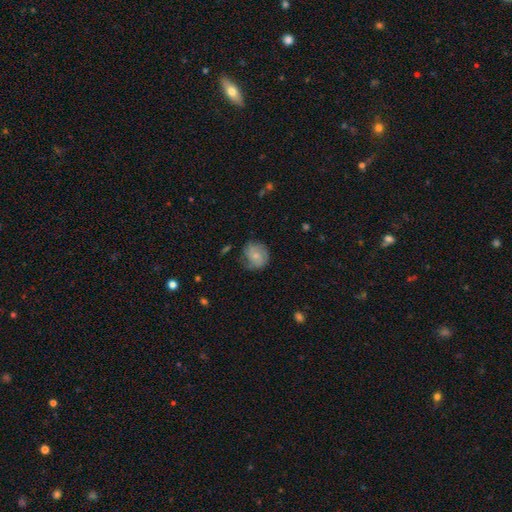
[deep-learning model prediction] Smooth or featured? Predicted: smooth (p=0.63). How rounded? Predicted: round (p=0.78). Merging? Predicted: none (p=0.59).